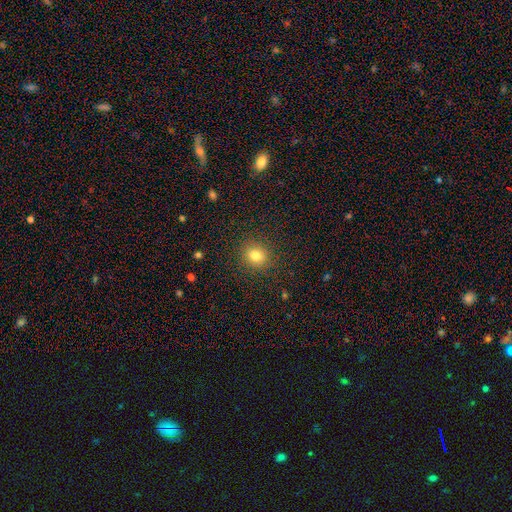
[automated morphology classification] type=smooth (81%); roundness=round (78%); merging=none (89%).